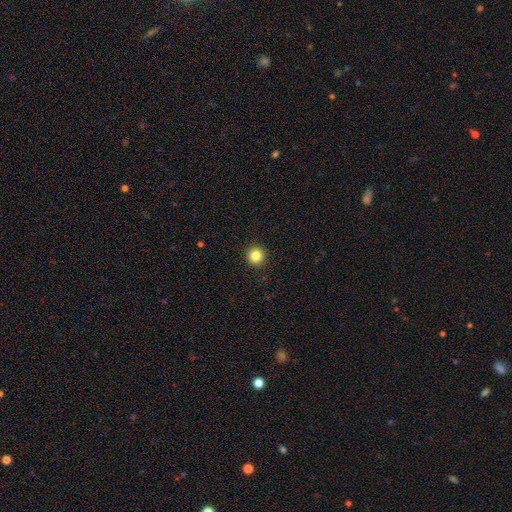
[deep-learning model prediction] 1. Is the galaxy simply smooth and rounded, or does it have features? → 84% smooth, 11% star or artifact, 5% featured or disk.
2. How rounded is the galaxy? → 95% round, 4% in between, 1% cigar-shaped.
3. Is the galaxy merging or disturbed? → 93% none, 4% minor disturbance, 2% major disturbance, 1% merger.